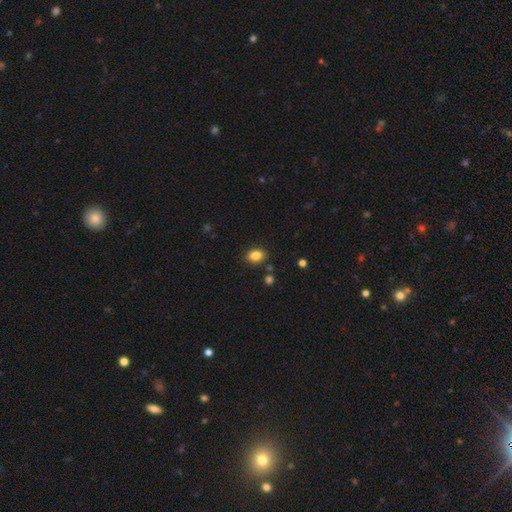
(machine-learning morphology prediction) Q: Smooth or featured?
A: smooth (84%); runner-up: star or artifact (10%)
Q: How rounded?
A: in between (77%); runner-up: round (22%)
Q: Merging?
A: none (84%); runner-up: minor disturbance (10%)